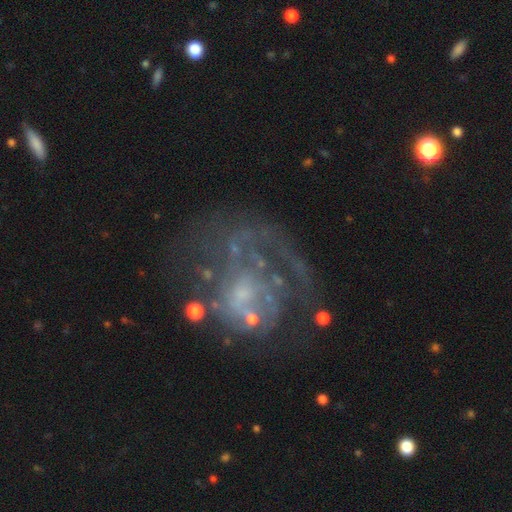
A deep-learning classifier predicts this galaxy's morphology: smooth_or_featured: featured or disk (p=0.73) [alt: star or artifact p=0.15]
disk_edge_on: no (p=0.98) [alt: yes p=0.02]
bar: no (p=0.79) [alt: weak p=0.17]
has_spiral_arms: yes (p=0.60) [alt: no p=0.40]
bulge_size: none (p=0.45) [alt: small p=0.37]
merging: none (p=0.41) [alt: major disturbance p=0.36]